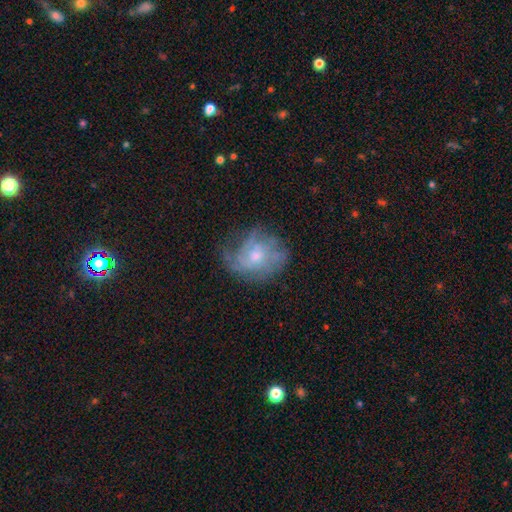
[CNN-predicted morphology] A featured or disk galaxy (64%) with no bar (77%), spiral arms (78%) and a moderate central bulge (55%).

Vote fractions:
- Smooth or featured? featured or disk: 64% / smooth: 25% / star or artifact: 11%
- Edge-on disk? no: 97% / yes: 3%
- Bar? no: 77% / weak: 20% / strong: 3%
- Spiral arms? yes: 78% / no: 22%
- Bulge size? moderate: 55% / small: 38% / large: 4% / none: 2% / dominant: 1%
- Merging? none: 58% / minor disturbance: 24% / major disturbance: 16% / merger: 2%